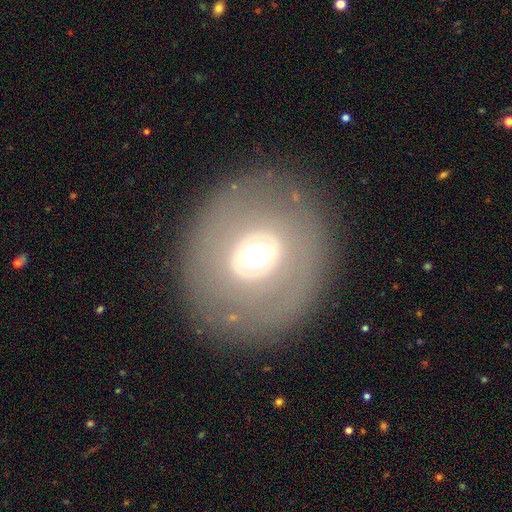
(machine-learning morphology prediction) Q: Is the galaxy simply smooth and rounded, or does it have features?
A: featured or disk — 51%.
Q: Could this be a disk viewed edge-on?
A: no — 92%.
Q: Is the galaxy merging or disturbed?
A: none — 81%.